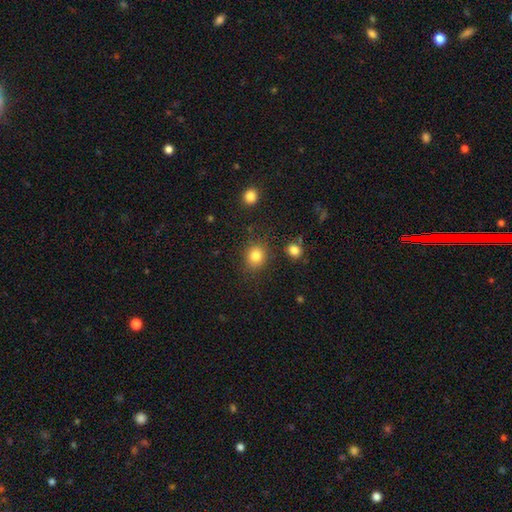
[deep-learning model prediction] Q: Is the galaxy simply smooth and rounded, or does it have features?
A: smooth — 83%.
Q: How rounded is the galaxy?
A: round — 75%.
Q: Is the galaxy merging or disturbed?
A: none — 83%.